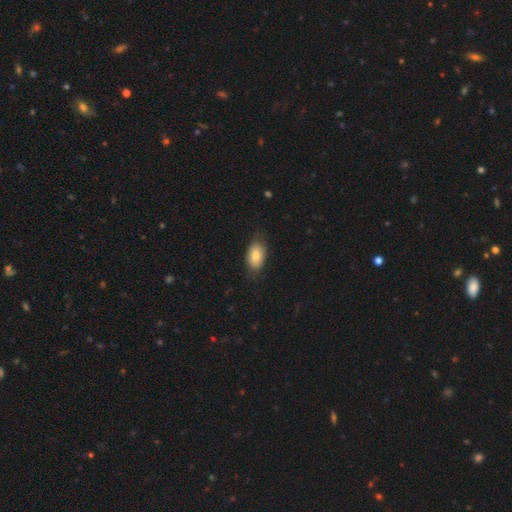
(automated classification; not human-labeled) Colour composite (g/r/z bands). It shows a smooth galaxy with no disk features (80%) that is in between round and cigar-shaped (90%). Merging: none (76%).